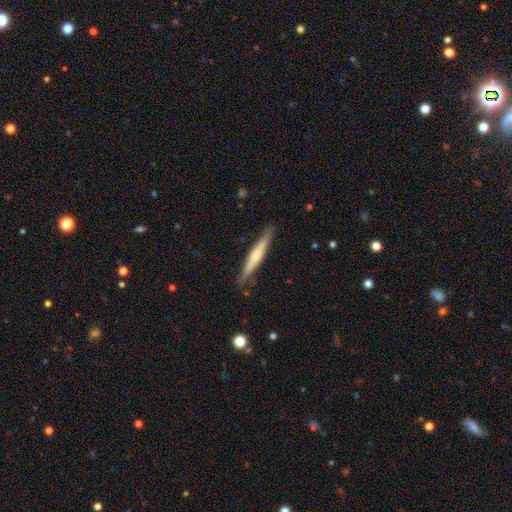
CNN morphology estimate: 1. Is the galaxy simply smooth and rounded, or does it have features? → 51% featured or disk, 43% smooth, 5% star or artifact.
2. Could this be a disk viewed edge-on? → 96% yes, 4% no.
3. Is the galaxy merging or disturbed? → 86% none, 11% minor disturbance, 2% major disturbance, 1% merger.